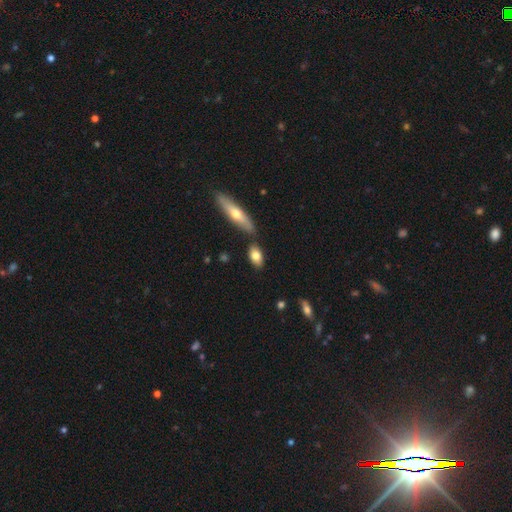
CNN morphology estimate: Smooth or featured?
  - smooth: 75% *
  - featured or disk: 18%
  - star or artifact: 6%
How rounded?
  - in between: 84% *
  - cigar-shaped: 10%
  - round: 6%
Merging?
  - none: 73% *
  - minor disturbance: 12%
  - merger: 12%
  - major disturbance: 3%